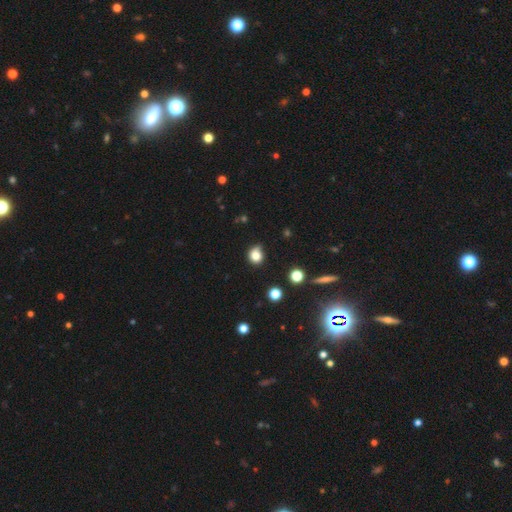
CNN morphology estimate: A smooth galaxy with no disk features (81%) that is round (73%). Merging: none (65%).